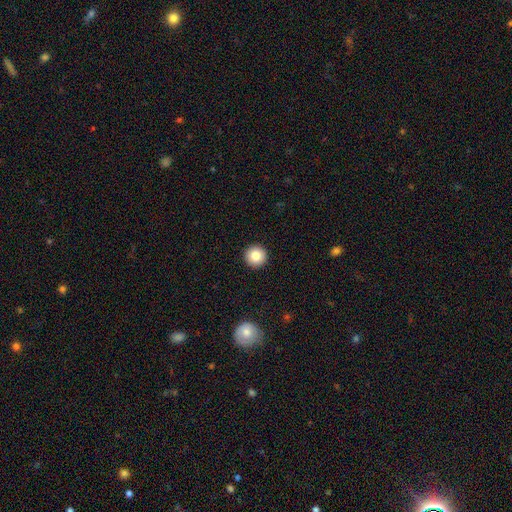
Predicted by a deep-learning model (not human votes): This appears to be a smooth galaxy with no disk features (83%) that is round (96%). Merging: none (93%).